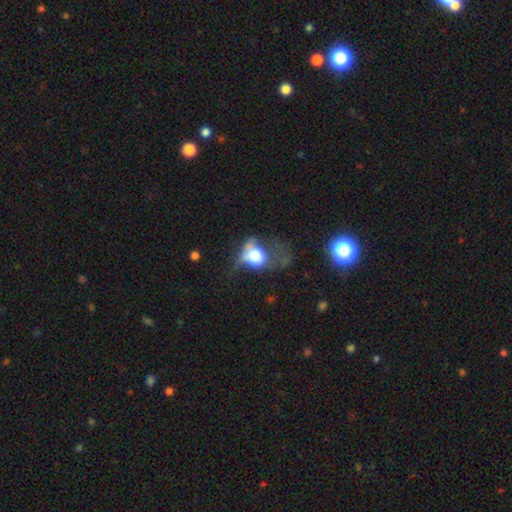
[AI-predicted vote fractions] smooth 53%, featured or disk 35%, star or artifact 12%. Down the decision tree: how rounded — in between (55%); merging — major disturbance (59%).